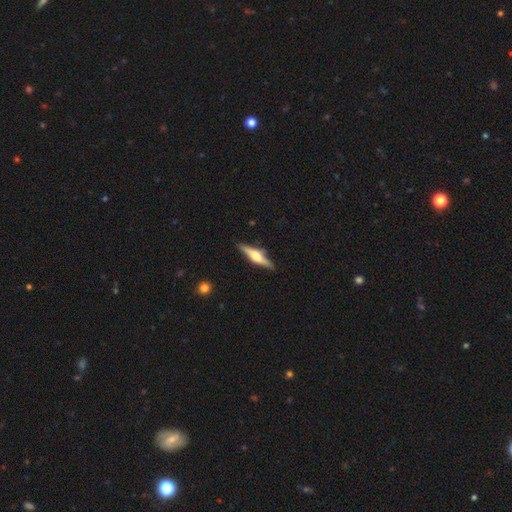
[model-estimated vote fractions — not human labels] This is likely a featured or disk galaxy (67%). It is clearly viewed edge-on (97%). Edge-on bulge: clearly rounded (90%). Merging: clearly none (88%).